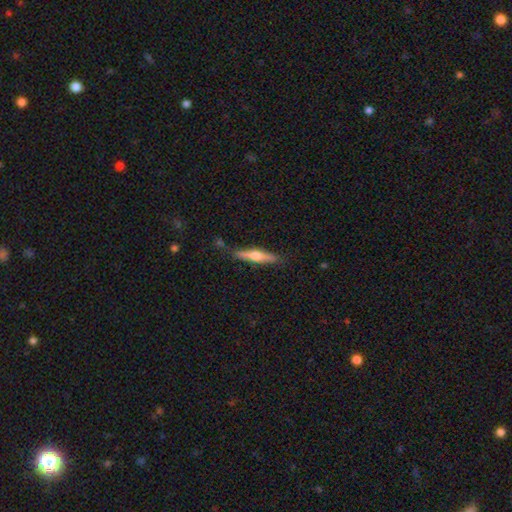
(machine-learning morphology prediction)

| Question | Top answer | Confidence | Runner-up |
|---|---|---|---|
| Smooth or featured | featured or disk | 52% | smooth (42%) |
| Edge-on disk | yes | 95% | no (5%) |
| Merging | none | 82% | minor disturbance (12%) |